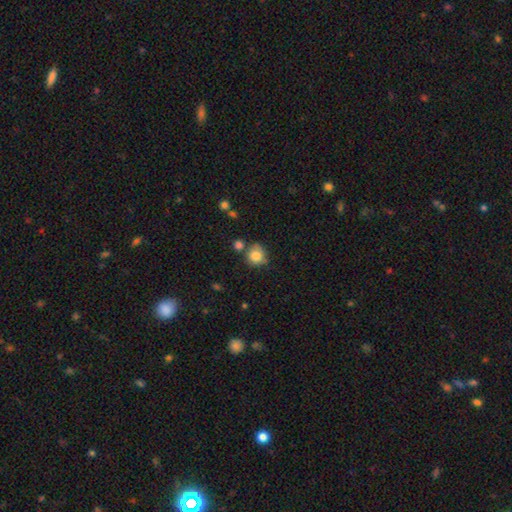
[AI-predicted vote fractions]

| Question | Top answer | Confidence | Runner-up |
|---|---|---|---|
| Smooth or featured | smooth | 82% | star or artifact (10%) |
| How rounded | round | 86% | in between (13%) |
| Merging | none | 65% | minor disturbance (18%) |